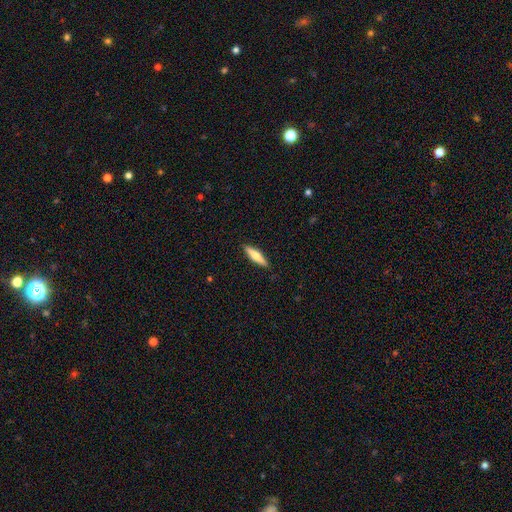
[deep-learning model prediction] smooth-or-featured: smooth: 62% | featured or disk: 32% | star or artifact: 6%
  how-rounded: cigar-shaped: 77% | in between: 21% | round: 2%
  merging: none: 89% | minor disturbance: 8% | major disturbance: 2% | merger: 1%